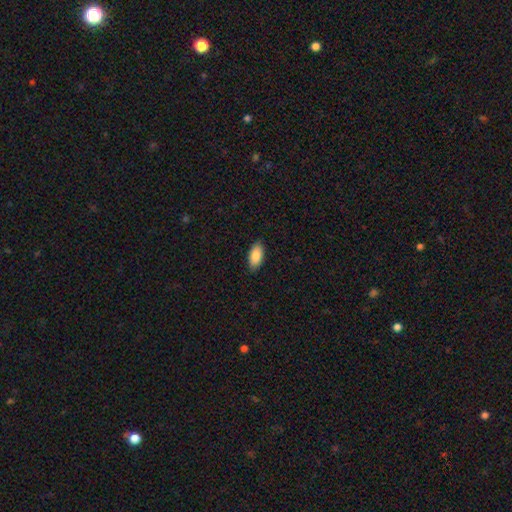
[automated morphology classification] smooth-or-featured: smooth: 86% | featured or disk: 7% | star or artifact: 6%
  how-rounded: in between: 91% | cigar-shaped: 7% | round: 2%
  merging: none: 88% | minor disturbance: 10% | major disturbance: 2% | merger: 1%